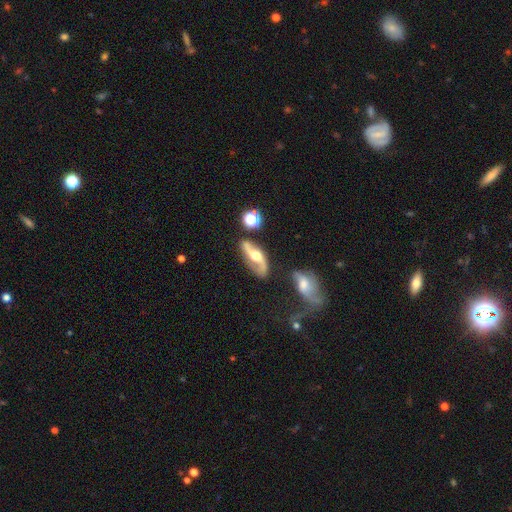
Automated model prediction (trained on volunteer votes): smooth-or-featured: featured or disk: 81% | smooth: 13% | star or artifact: 6%
  disk-edge-on: no: 89% | yes: 11%
    bar: no: 51% | weak: 31% | strong: 18%
    has-spiral-arms: yes: 93% | no: 7%
      spiral-winding: loose: 67% | medium: 25% | tight: 8%
      spiral-arm-count: 2: 92% | can't tell: 3% | 1: 2% | 3: 1% | 4: 1% | more than 4: 1%
    bulge-size: moderate: 68% | large: 17% | small: 11% | dominant: 2% | none: 2%
  merging: none: 67% | minor disturbance: 18% | merger: 8% | major disturbance: 7%